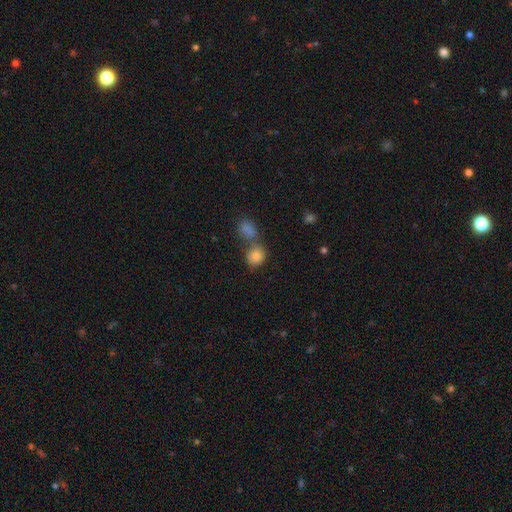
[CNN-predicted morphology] Smooth or featured?
  - smooth: 83% *
  - star or artifact: 10%
  - featured or disk: 7%
How rounded?
  - round: 72% *
  - in between: 26%
  - cigar-shaped: 1%
Merging?
  - none: 45% *
  - merger: 43%
  - minor disturbance: 9%
  - major disturbance: 4%